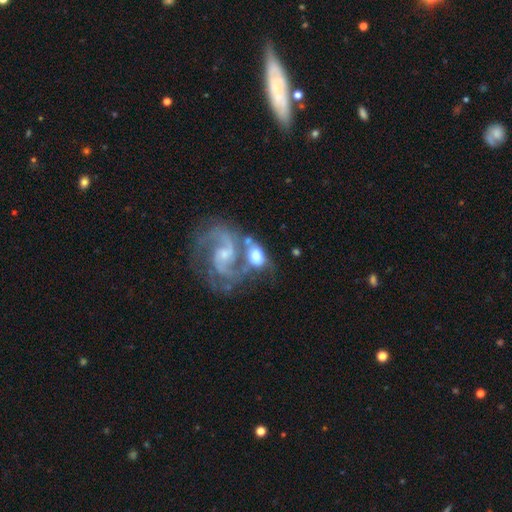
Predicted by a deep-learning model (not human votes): The model was most divided on "spiral winding": medium: 45%, loose: 40%, tight: 14%. Remaining: edge-on disk — no (96%); spiral arms — yes (86%); spiral arm count — 2 (80%); smooth or featured — featured or disk (63%); bar — no (55%); merging — merger (48%); bulge size — small (39%).